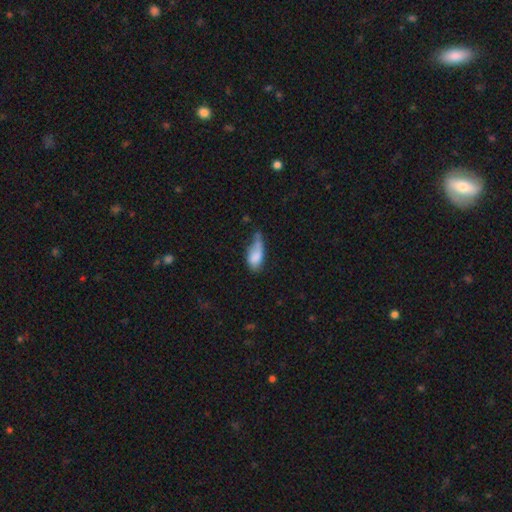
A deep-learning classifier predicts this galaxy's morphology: Overall: smooth (76%). How rounded: in between (86%). Merging: minor disturbance (37%; major disturbance 26%).